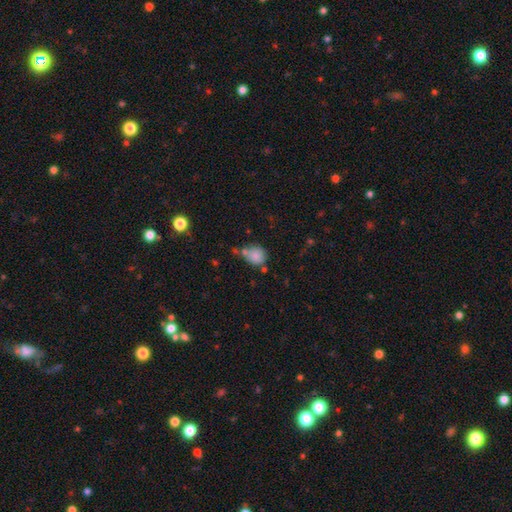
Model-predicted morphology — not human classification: smooth 80%, star or artifact 10%, featured or disk 10%. Down the decision tree: how rounded — round (70%); merging — none (50%).